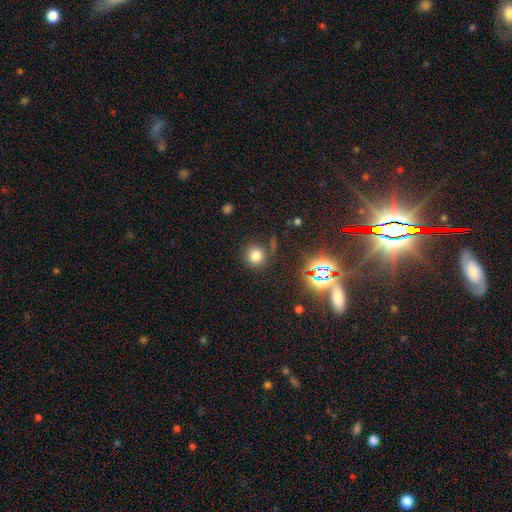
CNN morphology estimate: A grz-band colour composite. It shows a smooth galaxy with no disk features (72%) that is round (91%). Merging: none (79%).